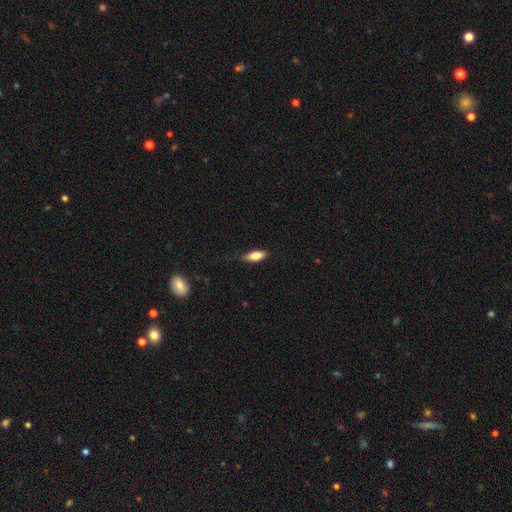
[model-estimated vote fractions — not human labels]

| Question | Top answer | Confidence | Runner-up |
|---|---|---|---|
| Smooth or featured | smooth | 74% | featured or disk (19%) |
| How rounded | in between | 70% | cigar-shaped (28%) |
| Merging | none | 78% | minor disturbance (17%) |